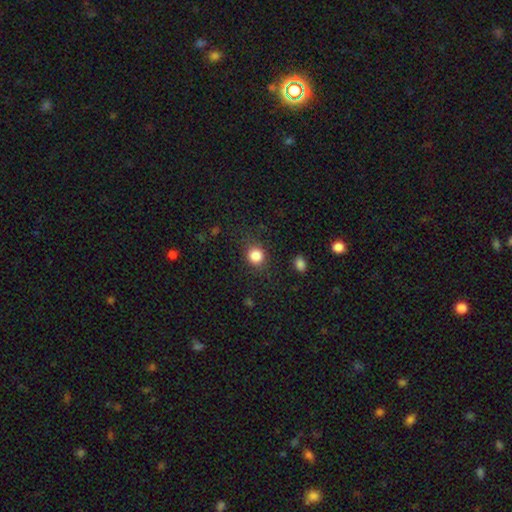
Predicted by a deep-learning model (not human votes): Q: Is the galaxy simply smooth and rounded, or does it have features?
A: smooth — 85%.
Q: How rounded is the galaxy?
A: round — 86%.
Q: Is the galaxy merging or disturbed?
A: none — 84%.